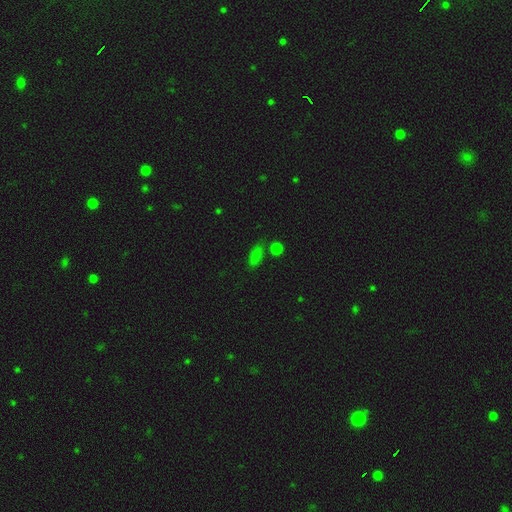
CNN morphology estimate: A smooth galaxy with no disk features (74%) that is in between round and cigar-shaped (75%).

Vote fractions:
- Smooth or featured? smooth: 74% / star or artifact: 19% / featured or disk: 7%
- How rounded? in between: 75% / cigar-shaped: 16% / round: 9%
- Merging? none: 70% / minor disturbance: 15% / merger: 9% / major disturbance: 5%